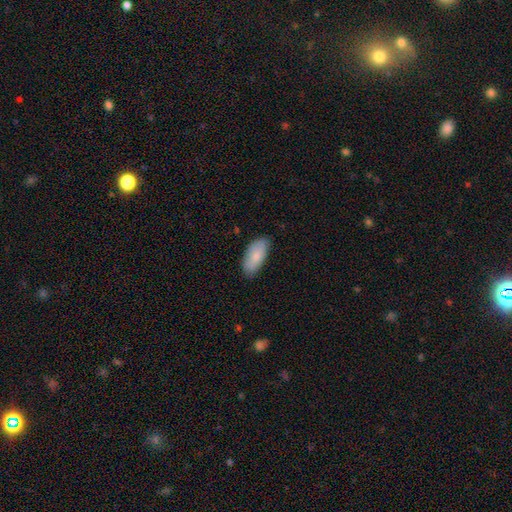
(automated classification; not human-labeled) smooth-or-featured: smooth: 81% | featured or disk: 13% | star or artifact: 6%
  how-rounded: in between: 88% | cigar-shaped: 10% | round: 2%
  merging: none: 83% | minor disturbance: 14% | major disturbance: 2% | merger: 1%